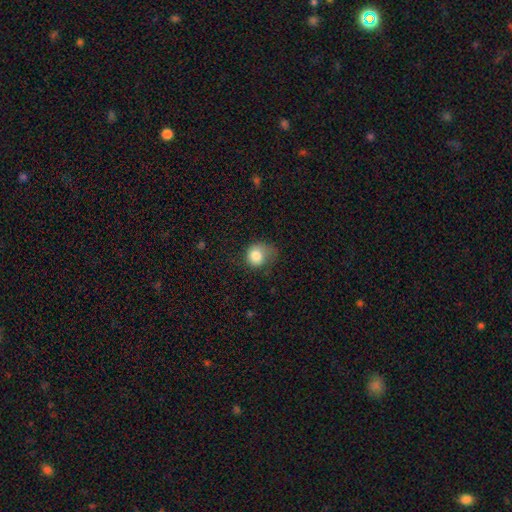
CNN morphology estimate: smooth 81%, featured or disk 11%, star or artifact 8%. Down the decision tree: how rounded — round (73%); merging — none (37%).